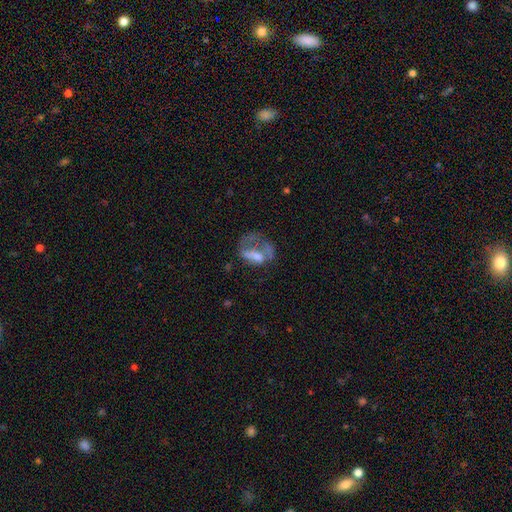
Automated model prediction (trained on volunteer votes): Smooth or featured?
  - featured or disk: 45% *
  - smooth: 41%
  - star or artifact: 13%
Merging?
  - major disturbance: 54% *
  - none: 21%
  - minor disturbance: 14%
  - merger: 11%